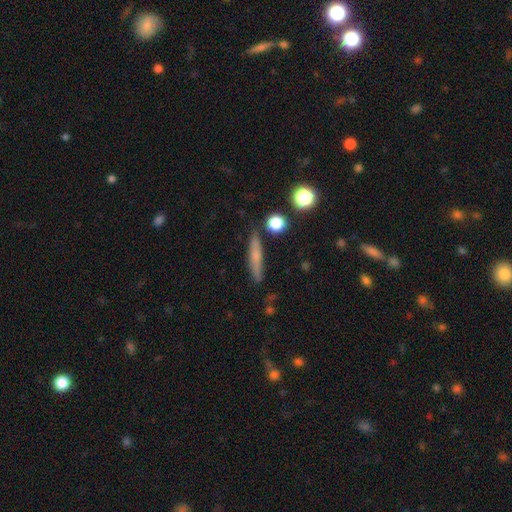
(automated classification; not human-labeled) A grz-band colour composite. It shows a smooth galaxy with no disk features (58%) that is cigar-shaped (86%). Merging: none (83%).